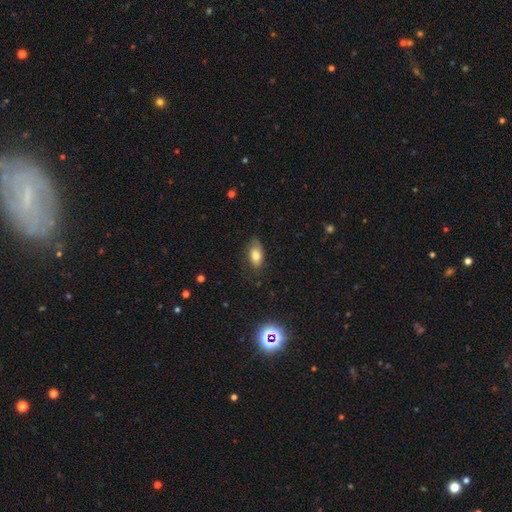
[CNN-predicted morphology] smooth_or_featured: smooth (p=0.73) [alt: featured or disk p=0.18]
how_rounded: in between (p=0.89) [alt: round p=0.06]
merging: none (p=0.69) [alt: minor disturbance p=0.24]